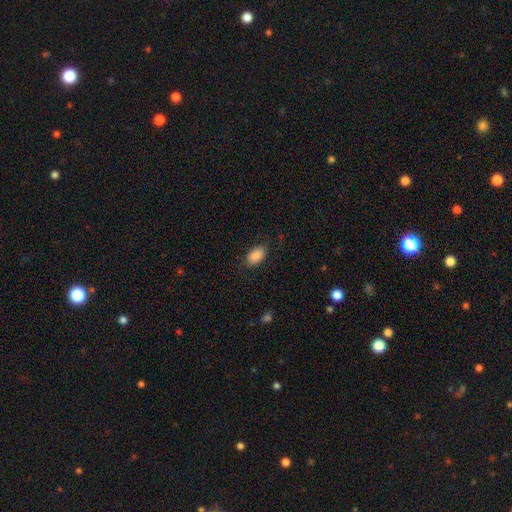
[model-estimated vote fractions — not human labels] A smooth galaxy with no disk features (87%) that is in between round and cigar-shaped (92%).

Vote fractions:
- Smooth or featured? smooth: 87% / star or artifact: 7% / featured or disk: 6%
- How rounded? in between: 92% / round: 6% / cigar-shaped: 2%
- Merging? none: 77% / minor disturbance: 17% / major disturbance: 5% / merger: 1%